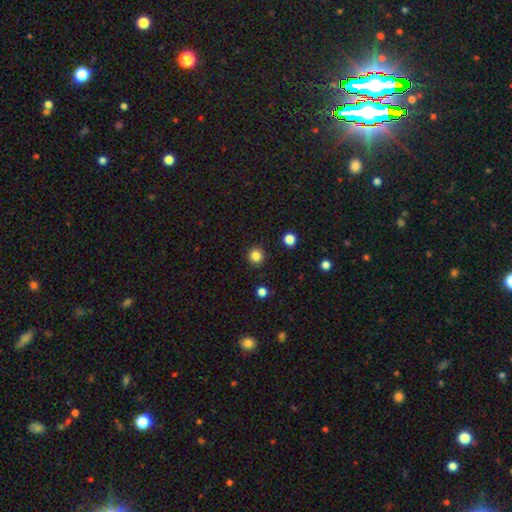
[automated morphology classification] This appears to be a smooth galaxy with no disk features (83%) that is round (94%). Merging: none (91%).